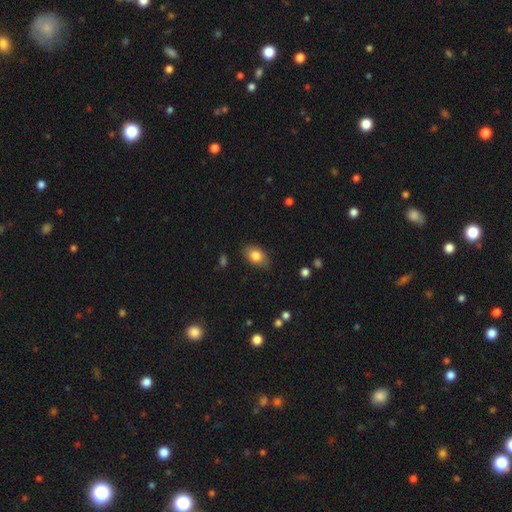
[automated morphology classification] type=smooth (81%); roundness=in between (86%); merging=none (83%).